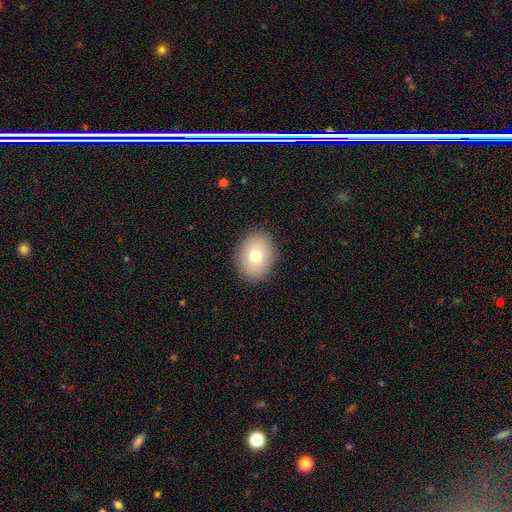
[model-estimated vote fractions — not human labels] smooth 76%, featured or disk 14%, star or artifact 10%. Down the decision tree: how rounded — round (57%); merging — none (89%).